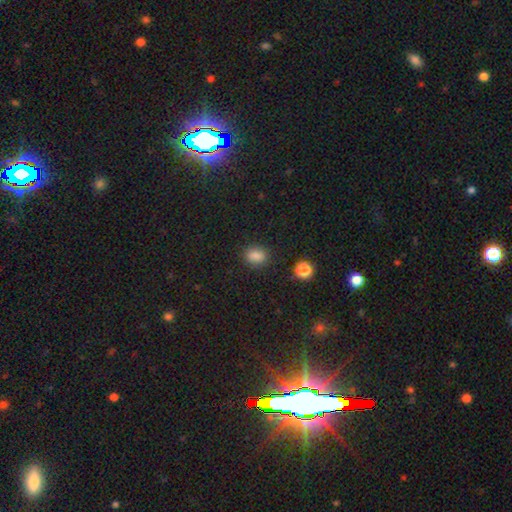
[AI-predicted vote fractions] Smooth or featured? smooth (83%)
How rounded? in between (50%)
Merging? none (84%)